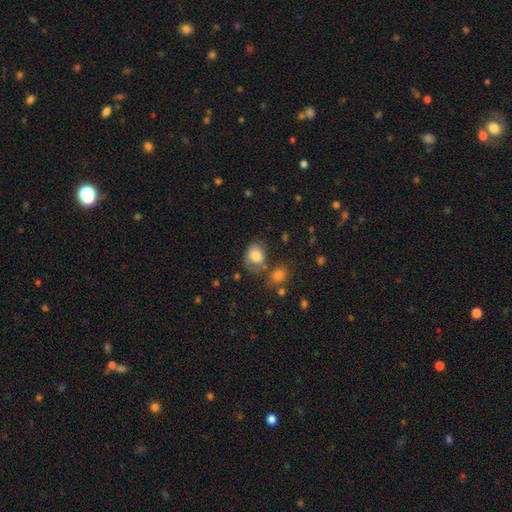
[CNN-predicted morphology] type=smooth (78%); roundness=in between (54%); merging=none (53%).